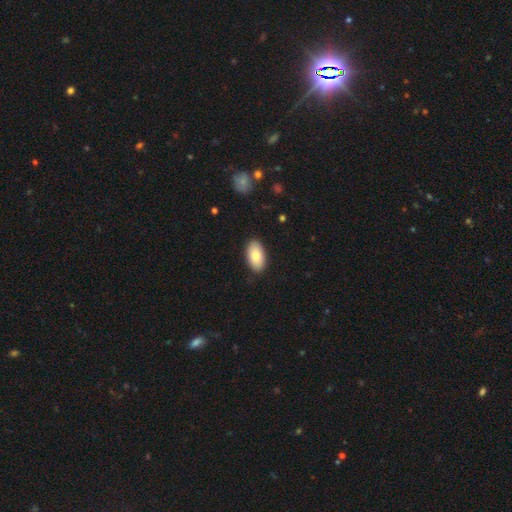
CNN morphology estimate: The model was most divided on "smooth or featured": smooth: 82%, featured or disk: 12%, star or artifact: 6%. More confident: how rounded — in between (95%); merging — none (88%).